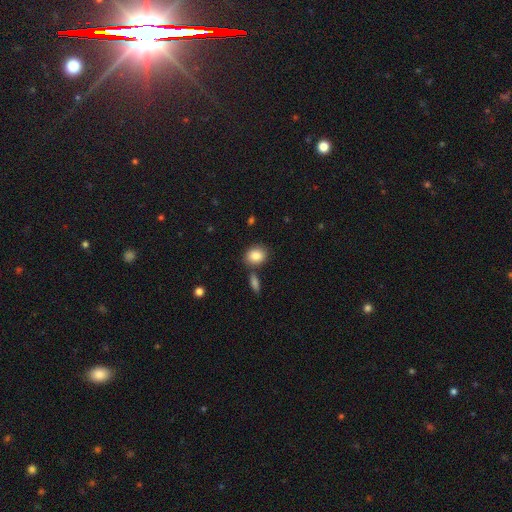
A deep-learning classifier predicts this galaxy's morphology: Smooth or featured: smooth — 85% (star or artifact — 8%)
How rounded: in between — 50% (round — 49%)
Merging: none — 75% (merger — 12%)